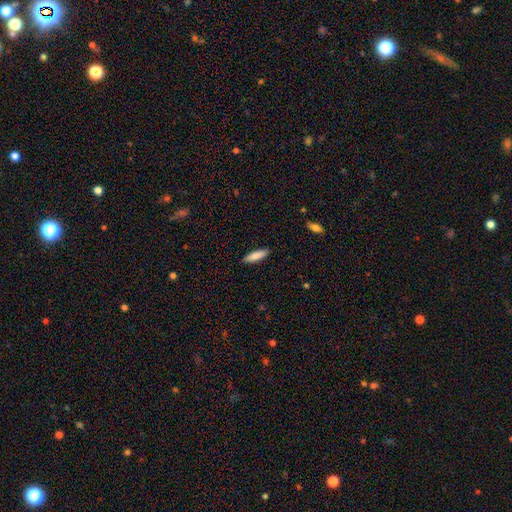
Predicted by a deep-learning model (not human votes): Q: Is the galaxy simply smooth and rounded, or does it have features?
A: smooth — 85%.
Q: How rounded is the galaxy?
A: cigar-shaped — 67%.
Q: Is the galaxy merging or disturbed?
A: none — 89%.